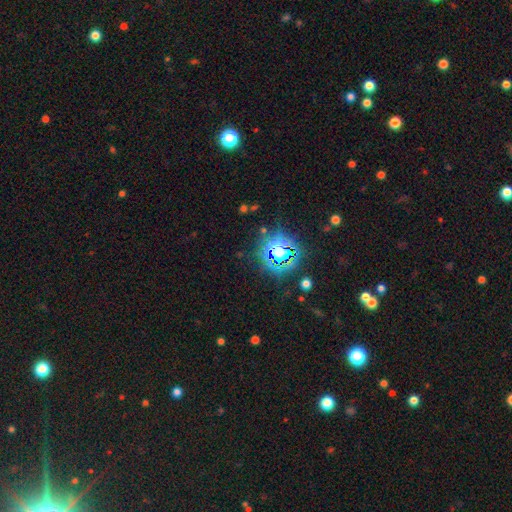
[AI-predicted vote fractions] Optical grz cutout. It shows a star or artifact, not a galaxy (80%).